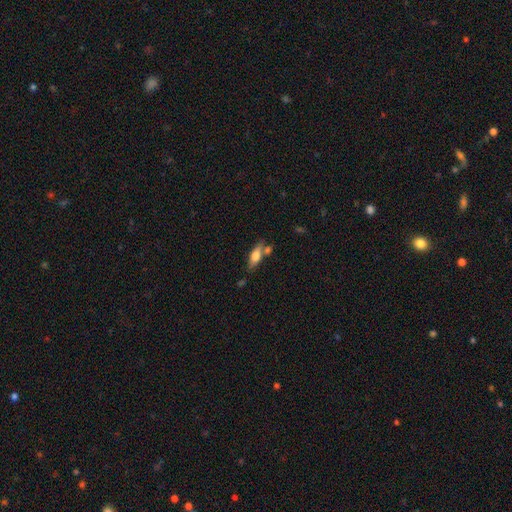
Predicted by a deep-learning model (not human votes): Smooth or featured? smooth (62%)
How rounded? in between (65%)
Merging? none (59%)